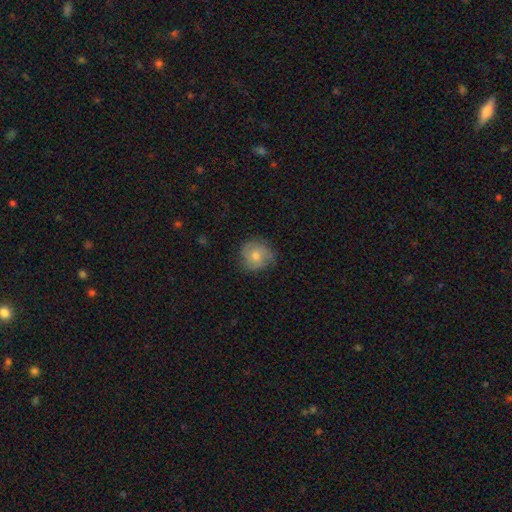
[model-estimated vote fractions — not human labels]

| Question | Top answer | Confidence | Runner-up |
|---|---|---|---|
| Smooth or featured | smooth | 57% | featured or disk (35%) |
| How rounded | round | 88% | in between (11%) |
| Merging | none | 76% | minor disturbance (18%) |